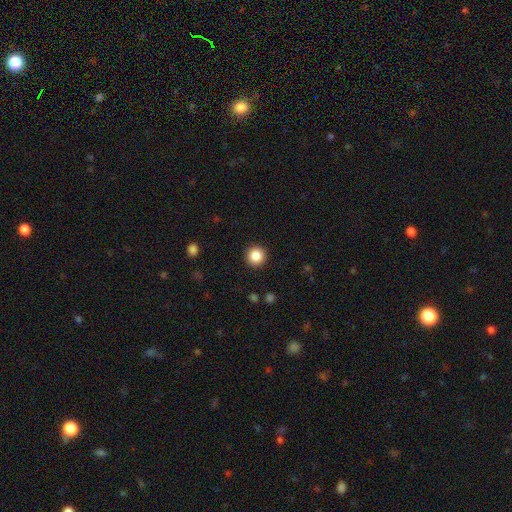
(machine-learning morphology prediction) Overall: smooth (86%). How rounded: round (96%). Merging: none (93%).